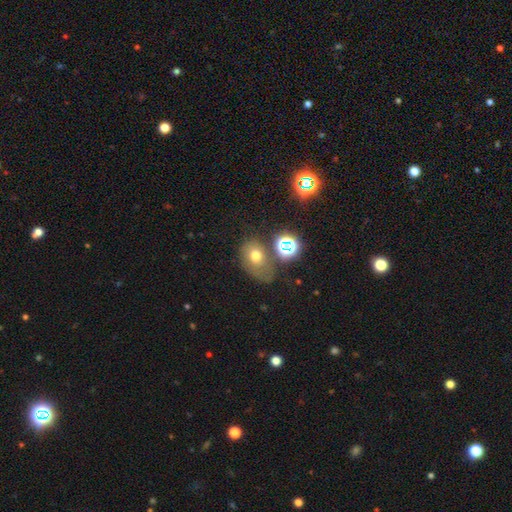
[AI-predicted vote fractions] Overall: smooth (62%). How rounded: in between (65%; round 34%). Merging: none (43%; minor disturbance 24%).